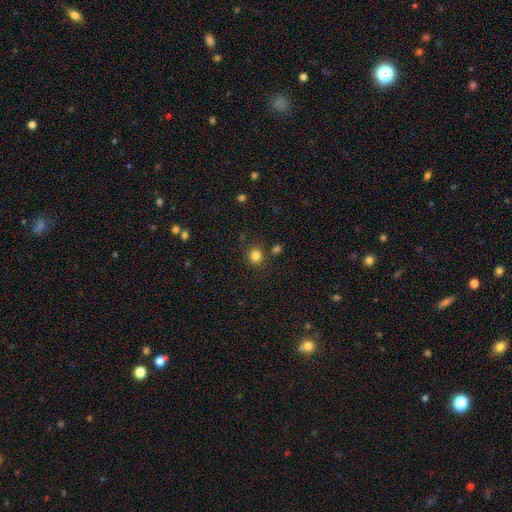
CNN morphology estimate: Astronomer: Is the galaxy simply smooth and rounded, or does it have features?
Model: smooth — 82%.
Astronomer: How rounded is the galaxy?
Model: round — 86%.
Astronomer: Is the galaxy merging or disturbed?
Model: none — 80%.